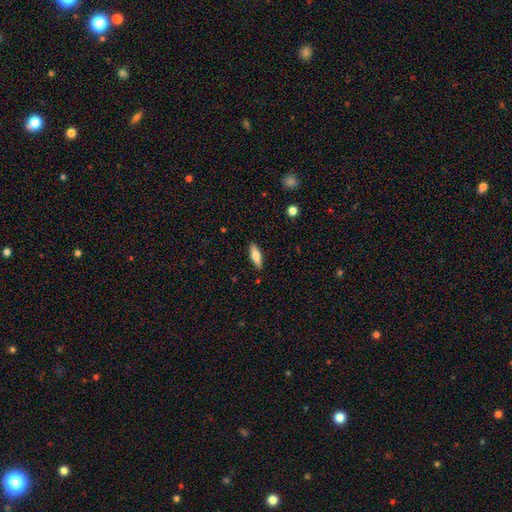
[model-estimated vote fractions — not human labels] Smooth or featured? Predicted: smooth (p=0.66). How rounded? Predicted: in between (p=0.57). Merging? Predicted: none (p=0.89).